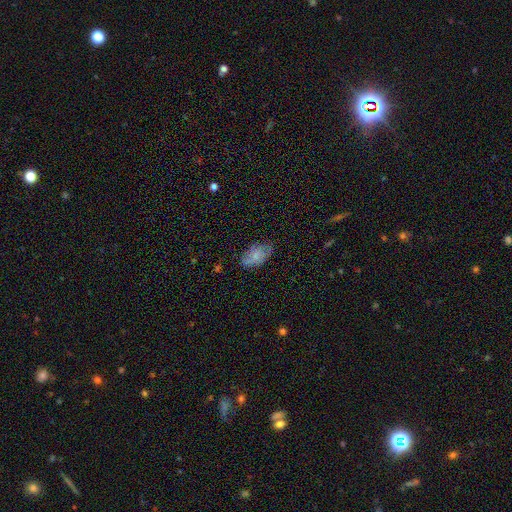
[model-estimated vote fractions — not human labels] Smooth or featured? Predicted: smooth (p=0.65). How rounded? Predicted: in between (p=0.92). Merging? Predicted: none (p=0.67).